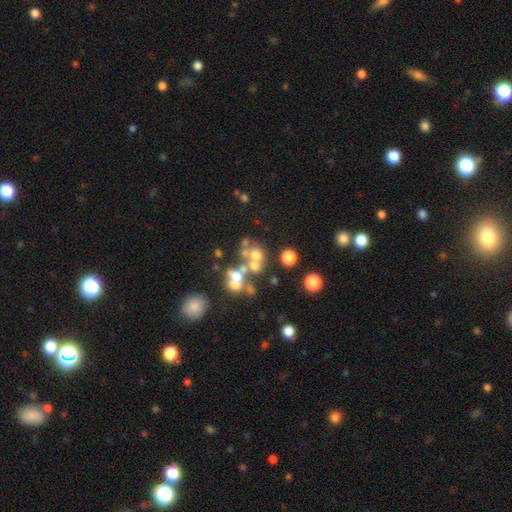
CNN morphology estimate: smooth-or-featured: star or artifact: 59% | smooth: 26% | featured or disk: 15%